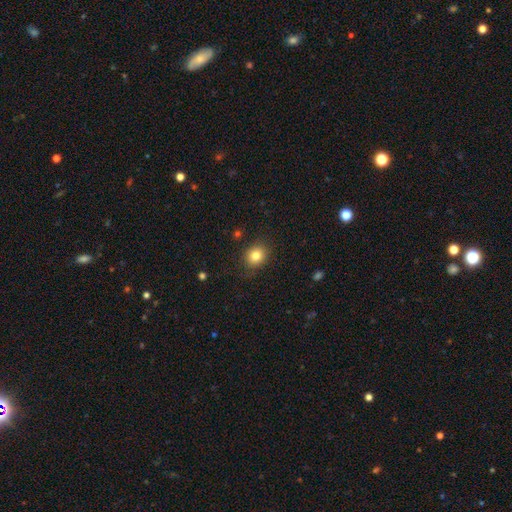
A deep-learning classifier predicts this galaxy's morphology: The model was most divided on "how rounded": round: 67%, in between: 32%, cigar-shaped: 1%. More confident: merging — none (85%); smooth or featured — smooth (82%).